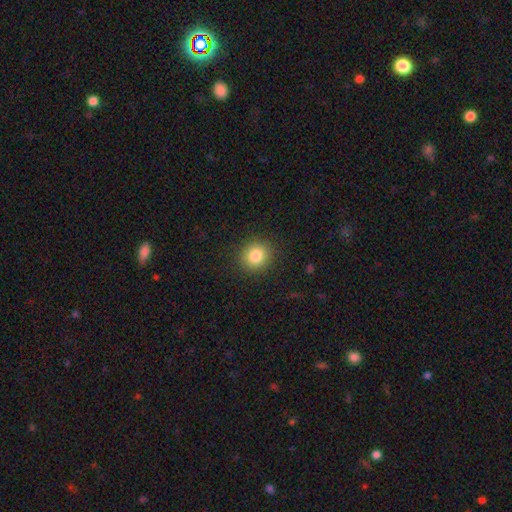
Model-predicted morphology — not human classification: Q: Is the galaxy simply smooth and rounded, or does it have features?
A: smooth — 83%.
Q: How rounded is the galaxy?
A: round — 86%.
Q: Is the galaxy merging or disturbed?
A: none — 90%.